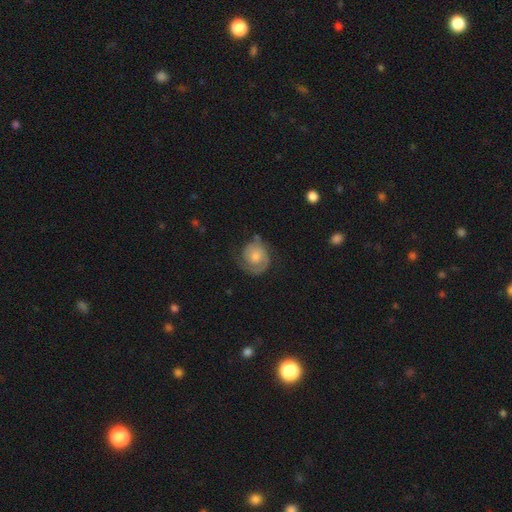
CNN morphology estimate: Smooth or featured: featured or disk — 66% (smooth — 28%)
Edge-on disk: no — 98% (yes — 2%)
Bar: no — 76% (weak — 22%)
Spiral arms: yes — 91% (no — 9%)
Spiral winding: tight — 57% (medium — 31%)
Spiral arm count: 1 — 41% (2 — 40%)
Bulge size: moderate — 47% (small — 34%)
Merging: none — 64% (minor disturbance — 22%)